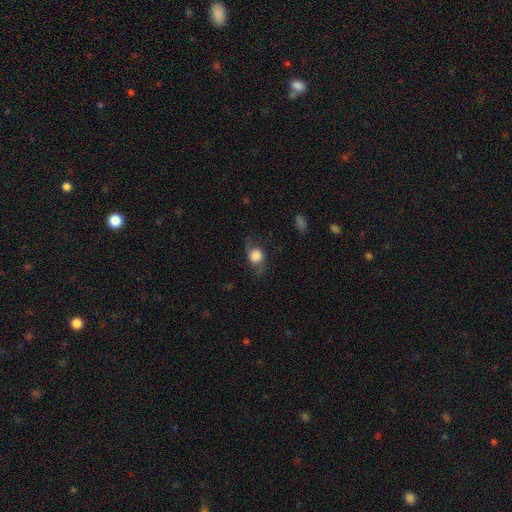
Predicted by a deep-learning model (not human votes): A smooth galaxy with no disk features (57%) that is round (65%). Merging: none (60%).